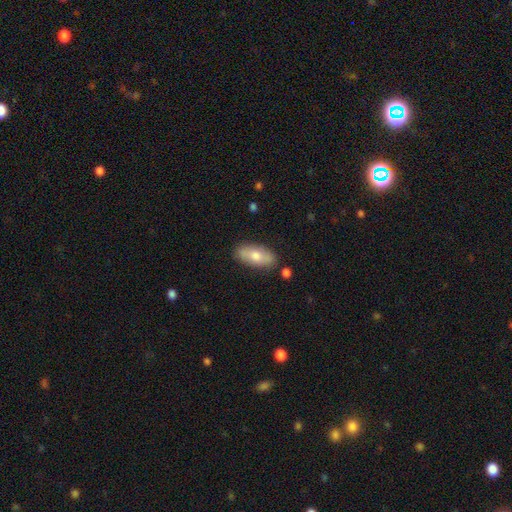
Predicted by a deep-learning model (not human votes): A smooth galaxy with no disk features (68%) that is in between round and cigar-shaped (81%).

Vote fractions:
- Smooth or featured? smooth: 68% / featured or disk: 26% / star or artifact: 6%
- How rounded? in between: 81% / cigar-shaped: 16% / round: 3%
- Merging? none: 84% / minor disturbance: 11% / merger: 2% / major disturbance: 2%